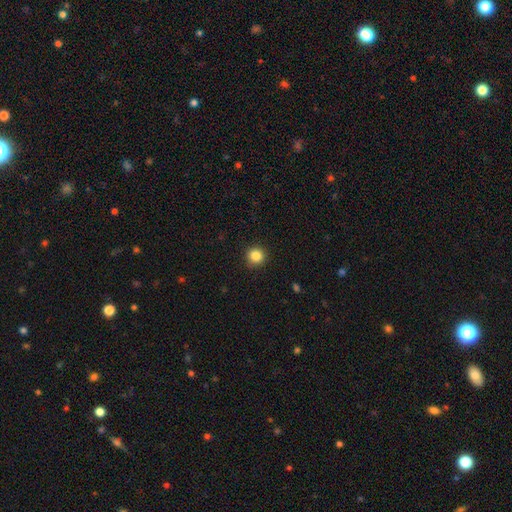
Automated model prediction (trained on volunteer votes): Smooth or featured? smooth (85%)
How rounded? round (93%)
Merging? none (92%)